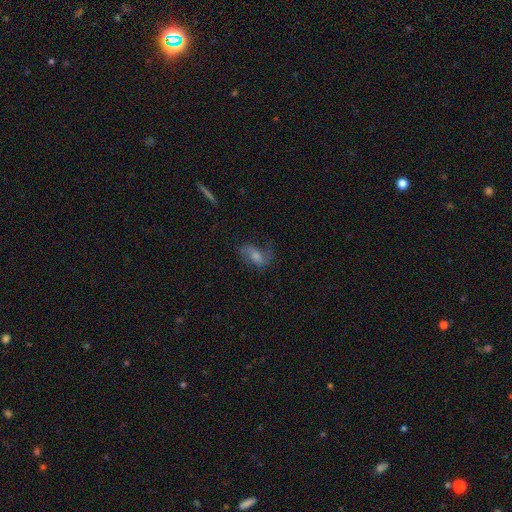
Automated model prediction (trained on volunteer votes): The model was most divided on "smooth or featured": smooth: 49%, featured or disk: 40%, star or artifact: 10%. More confident: merging — none (51%).